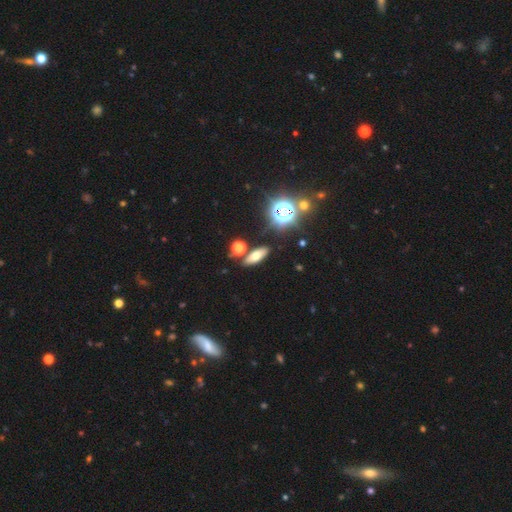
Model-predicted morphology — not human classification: Q: Smooth or featured?
A: smooth (60%); runner-up: star or artifact (21%)
Q: How rounded?
A: in between (66%); runner-up: cigar-shaped (25%)
Q: Merging?
A: none (81%); runner-up: minor disturbance (10%)